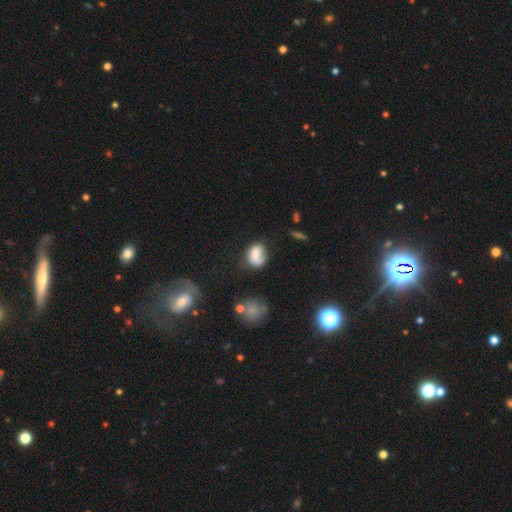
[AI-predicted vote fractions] Smooth or featured?
  - smooth: 66% *
  - featured or disk: 25%
  - star or artifact: 9%
How rounded?
  - in between: 61% *
  - round: 38%
  - cigar-shaped: 1%
Merging?
  - none: 47% *
  - minor disturbance: 29%
  - major disturbance: 18%
  - merger: 6%